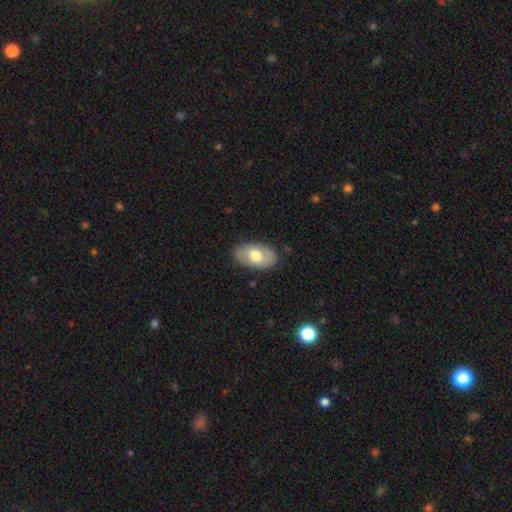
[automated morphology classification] A smooth galaxy with no disk features (61%) that is in between round and cigar-shaped (92%).

Vote fractions:
- Smooth or featured? smooth: 61% / featured or disk: 33% / star or artifact: 6%
- How rounded? in between: 92% / round: 6% / cigar-shaped: 1%
- Merging? none: 80% / minor disturbance: 15% / major disturbance: 4% / merger: 1%